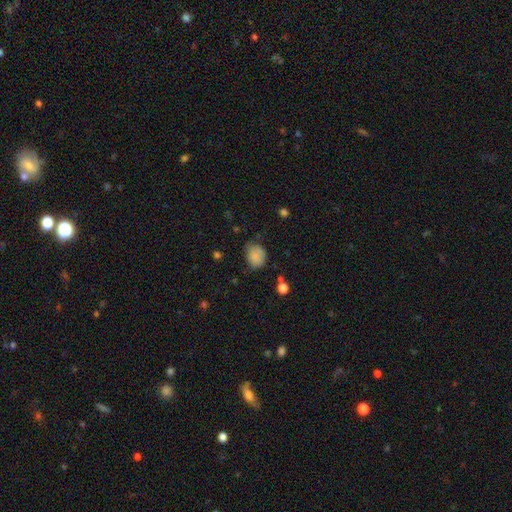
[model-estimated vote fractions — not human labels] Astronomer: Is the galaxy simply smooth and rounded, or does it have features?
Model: smooth — 82%.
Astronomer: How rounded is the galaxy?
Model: in between — 55% (runner-up: round, 44%).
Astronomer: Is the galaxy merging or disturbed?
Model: none — 59%.